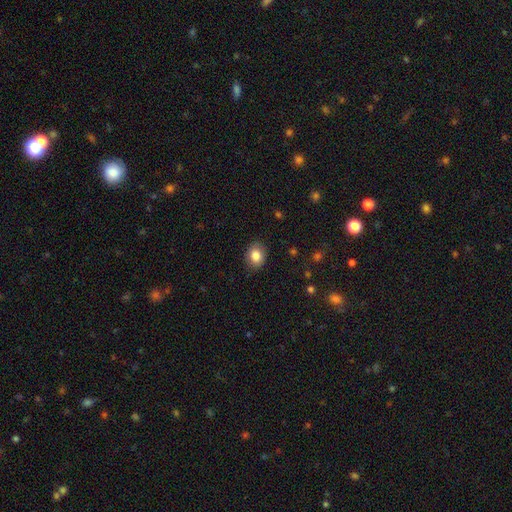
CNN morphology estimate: Smooth or featured? Predicted: smooth (p=0.83). How rounded? Predicted: in between (p=0.56). Merging? Predicted: none (p=0.85).